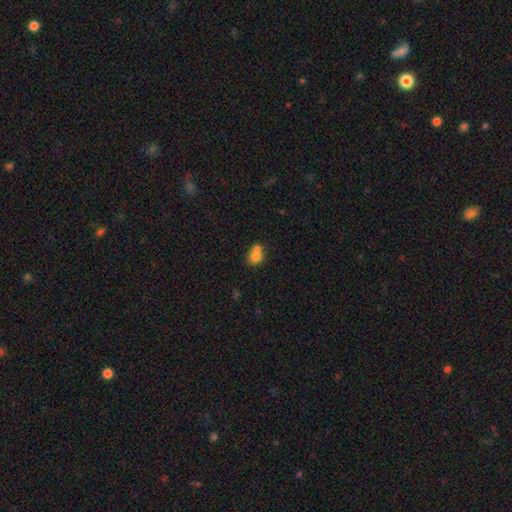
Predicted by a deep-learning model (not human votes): smooth_or_featured: smooth (p=0.77) [alt: featured or disk p=0.13]
how_rounded: round (p=0.61) [alt: in between p=0.38]
merging: merger (p=0.51) [alt: none p=0.35]